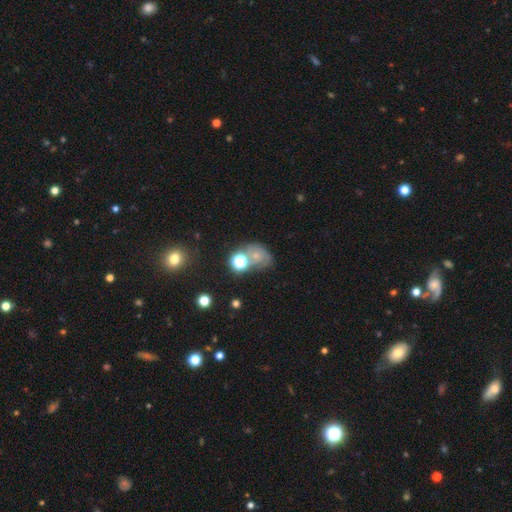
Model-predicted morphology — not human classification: A smooth galaxy with no disk features (46%). Merging: none (37%).